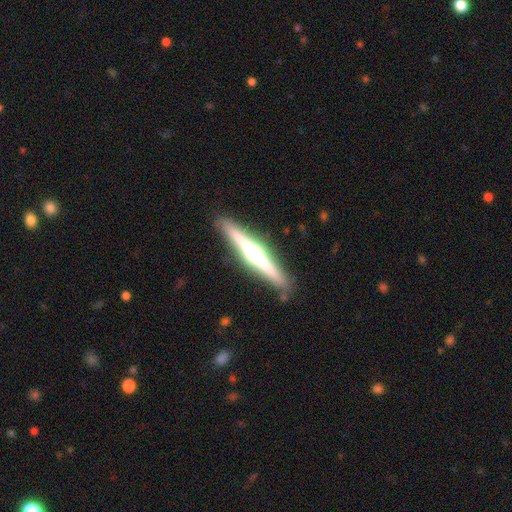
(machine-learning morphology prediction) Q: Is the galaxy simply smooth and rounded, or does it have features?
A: featured or disk — 74%.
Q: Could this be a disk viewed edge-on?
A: yes — 98%.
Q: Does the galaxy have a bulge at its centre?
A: rounded — 88%.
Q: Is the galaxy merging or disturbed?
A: none — 89%.